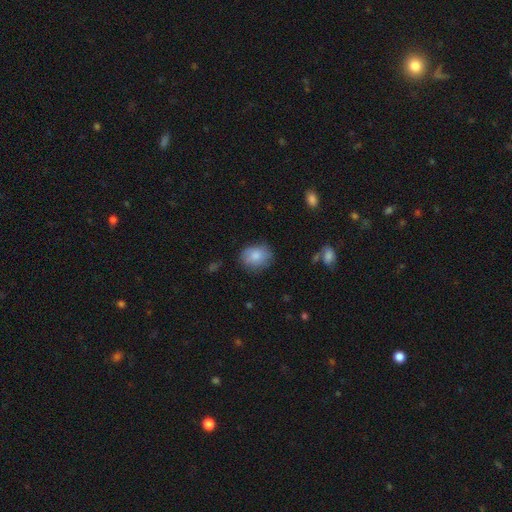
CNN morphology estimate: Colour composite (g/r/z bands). It shows a smooth galaxy with no disk features (82%) that is round (56%). Merging: none (75%).